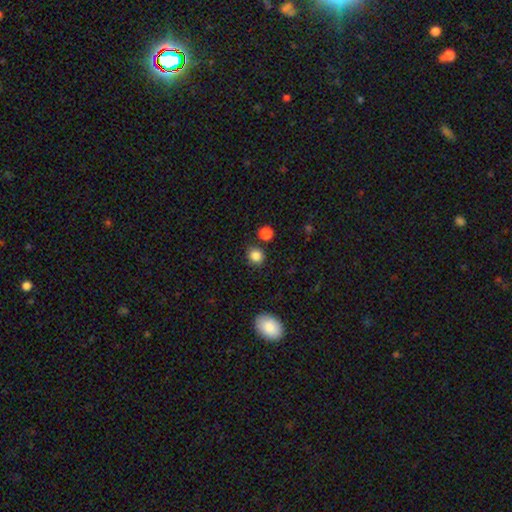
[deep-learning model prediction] Overall: smooth (85%). How rounded: round (83%). Merging: none (83%).